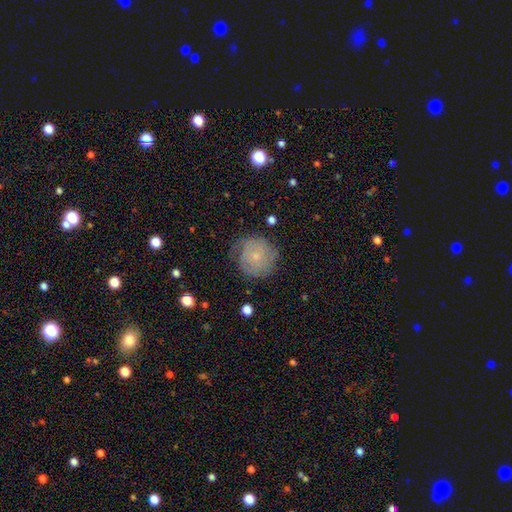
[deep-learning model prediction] Overall: smooth (51%; featured or disk 41%). How rounded: round (92%). Merging: none (64%; minor disturbance 25%).